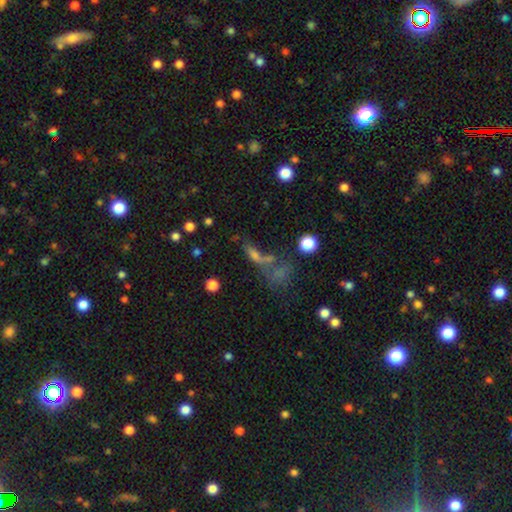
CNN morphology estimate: smooth-or-featured: smooth: 49% | star or artifact: 27% | featured or disk: 24%
  merging: none: 38% | merger: 34% | major disturbance: 15% | minor disturbance: 13%